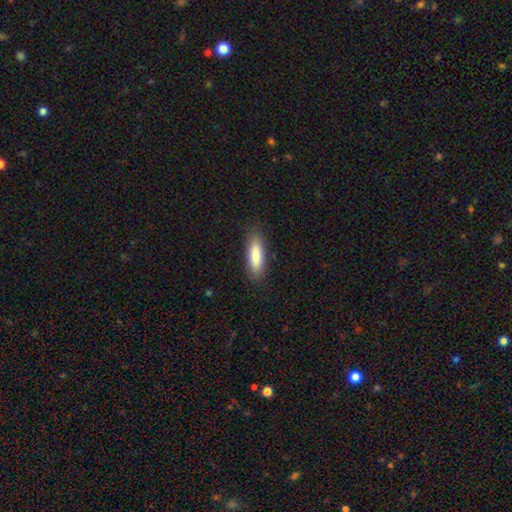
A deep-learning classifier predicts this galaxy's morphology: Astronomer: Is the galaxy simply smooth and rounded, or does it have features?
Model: smooth — 84%.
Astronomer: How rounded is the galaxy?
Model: cigar-shaped — 50% (runner-up: in between, 49%).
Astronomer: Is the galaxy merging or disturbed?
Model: none — 85%.